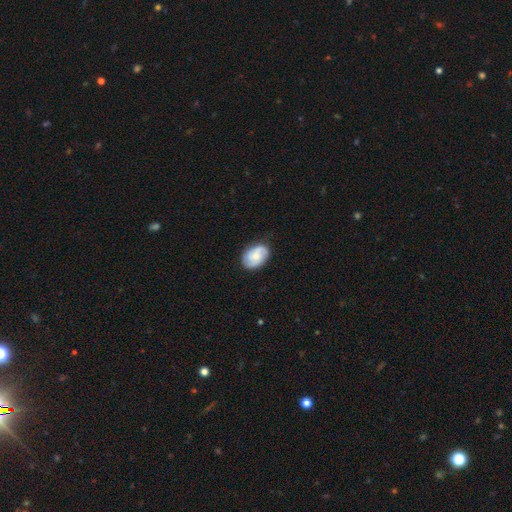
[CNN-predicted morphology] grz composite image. It shows a smooth galaxy with no disk features (48%). Merging: none (78%).